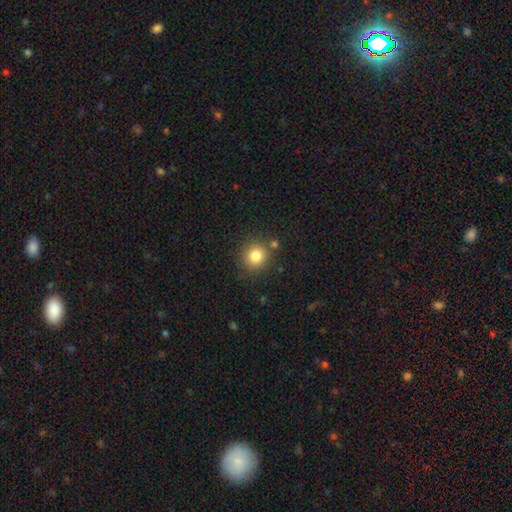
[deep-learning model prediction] Q: Smooth or featured?
A: smooth (81%); runner-up: star or artifact (12%)
Q: How rounded?
A: round (88%); runner-up: in between (11%)
Q: Merging?
A: none (82%); runner-up: minor disturbance (9%)